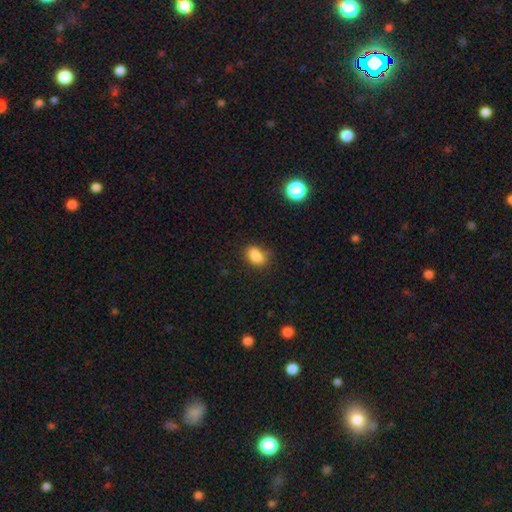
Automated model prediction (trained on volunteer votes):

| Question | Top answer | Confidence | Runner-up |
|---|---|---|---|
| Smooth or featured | smooth | 84% | star or artifact (11%) |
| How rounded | in between | 78% | round (20%) |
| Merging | none | 68% | minor disturbance (21%) |